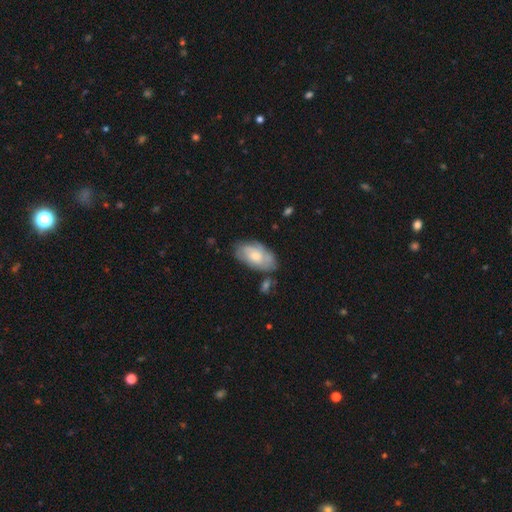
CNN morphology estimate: Smooth or featured? smooth (50%)
How rounded? in between (92%)
Merging? none (66%)